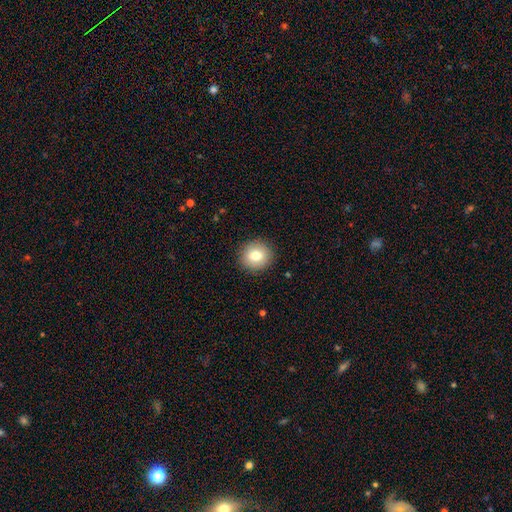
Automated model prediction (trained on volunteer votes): A smooth galaxy with no disk features (79%) that is round (87%). Merging: none (91%).